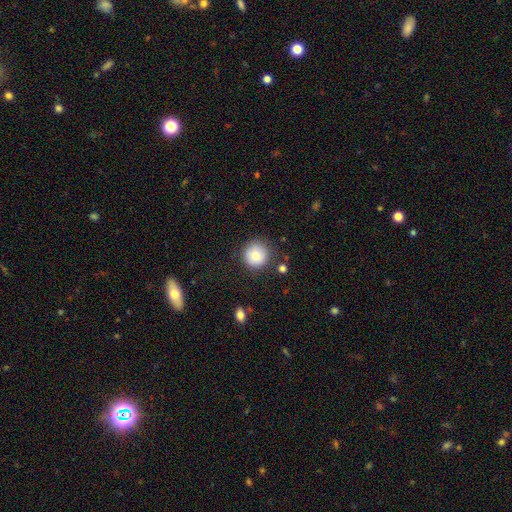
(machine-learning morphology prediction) Q: Smooth or featured?
A: smooth (80%); runner-up: featured or disk (10%)
Q: How rounded?
A: round (94%); runner-up: in between (5%)
Q: Merging?
A: none (83%); runner-up: minor disturbance (12%)